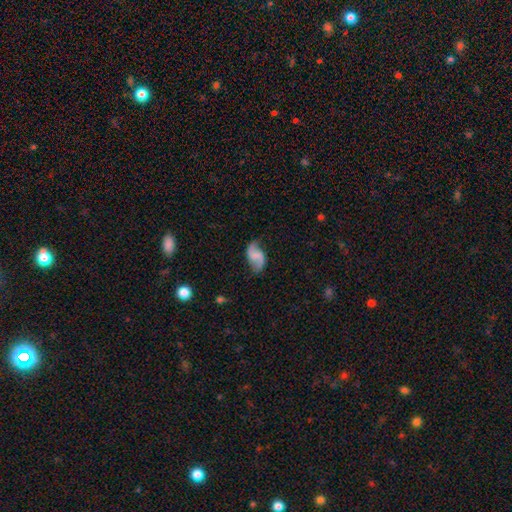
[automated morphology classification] smooth-or-featured: featured or disk: 76% | smooth: 16% | star or artifact: 7%
  disk-edge-on: no: 98% | yes: 2%
    bar: weak: 42% | no: 39% | strong: 19%
    has-spiral-arms: yes: 94% | no: 6%
      spiral-winding: loose: 72% | medium: 22% | tight: 6%
      spiral-arm-count: 2: 92% | 1: 3% | can't tell: 2% | 3: 1% | 4: 1% | more than 4: 1%
    bulge-size: none: 67% | small: 18% | moderate: 10% | large: 3% | dominant: 1%
  merging: none: 73% | minor disturbance: 18% | major disturbance: 7% | merger: 2%